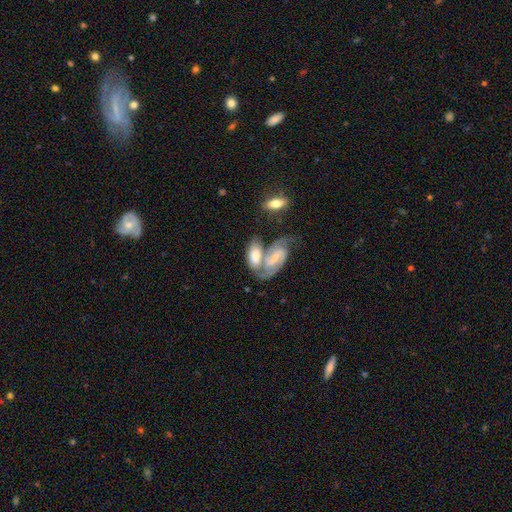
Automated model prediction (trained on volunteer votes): This appears to be a featured or disk galaxy (57%) with no bar (40%, tied with weak), spiral arms (84%) and a small central bulge (44%). Merging: merger (57%).